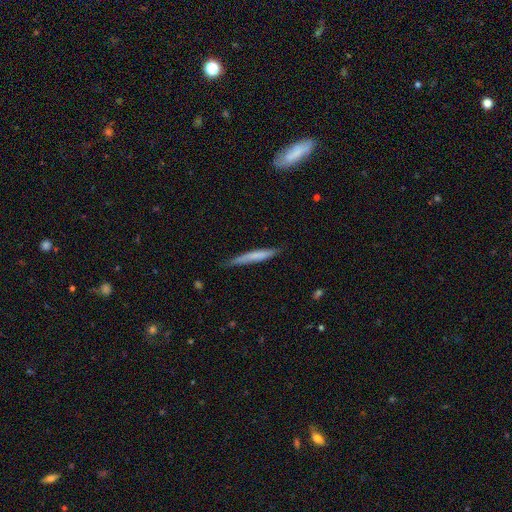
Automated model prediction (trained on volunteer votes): smooth_or_featured: smooth (p=0.65) [alt: featured or disk p=0.29]
how_rounded: cigar-shaped (p=0.95) [alt: in between p=0.03]
merging: none (p=0.78) [alt: minor disturbance p=0.18]